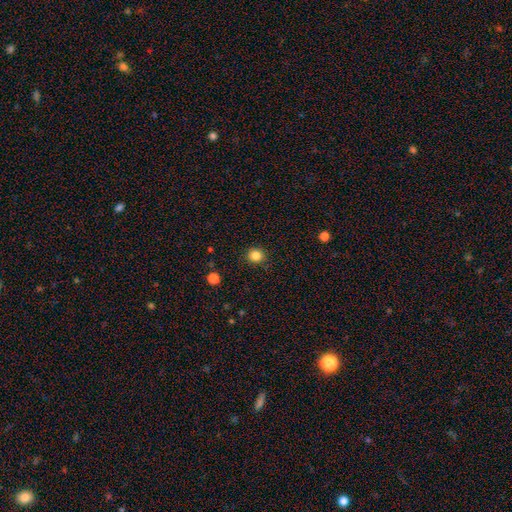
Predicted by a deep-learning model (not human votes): The model was most divided on "smooth or featured": smooth: 84%, star or artifact: 12%, featured or disk: 4%. More confident: merging — none (88%); how rounded — round (87%).